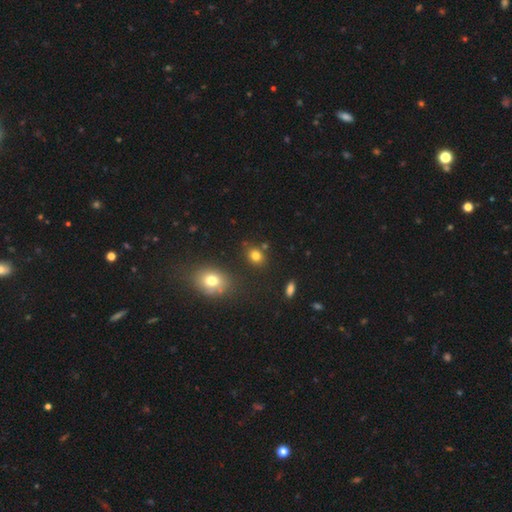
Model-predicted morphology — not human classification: Q: Smooth or featured?
A: smooth (79%); runner-up: star or artifact (14%)
Q: How rounded?
A: round (53%); runner-up: in between (46%)
Q: Merging?
A: none (79%); runner-up: minor disturbance (11%)